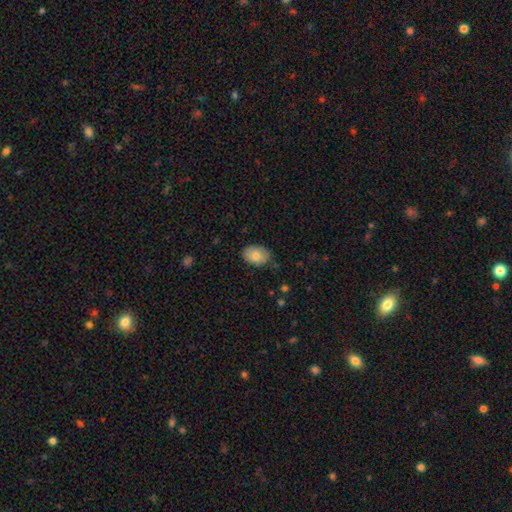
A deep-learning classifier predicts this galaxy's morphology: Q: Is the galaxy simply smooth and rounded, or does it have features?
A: smooth — 79%.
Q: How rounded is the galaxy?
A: in between — 77%.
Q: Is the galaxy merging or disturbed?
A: none — 79%.